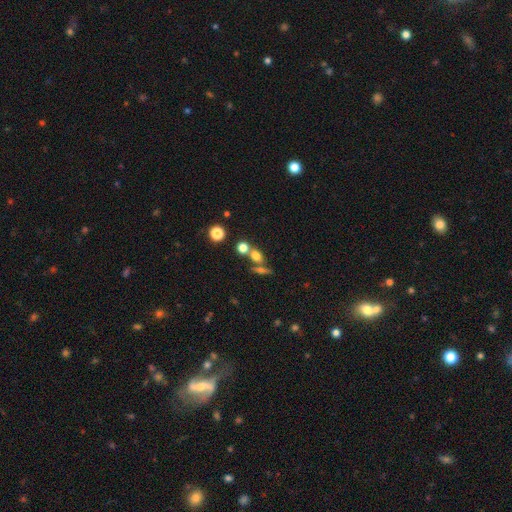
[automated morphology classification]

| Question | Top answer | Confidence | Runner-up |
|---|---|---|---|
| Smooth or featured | smooth | 67% | featured or disk (17%) |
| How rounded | round | 53% | in between (38%) |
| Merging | none | 49% | merger (37%) |